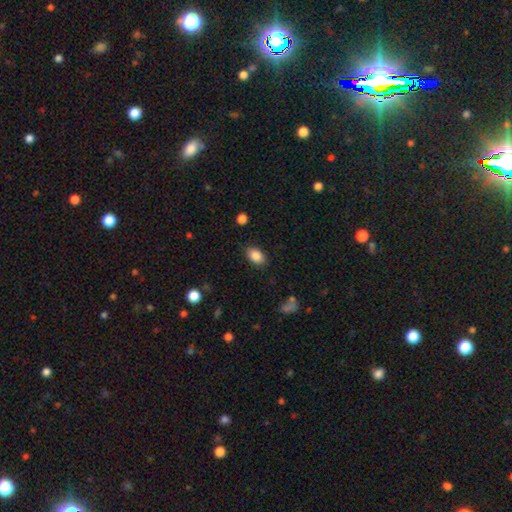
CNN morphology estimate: smooth-or-featured: smooth: 87% | star or artifact: 8% | featured or disk: 5%
  how-rounded: in between: 87% | round: 11% | cigar-shaped: 1%
  merging: none: 86% | minor disturbance: 10% | major disturbance: 3% | merger: 1%